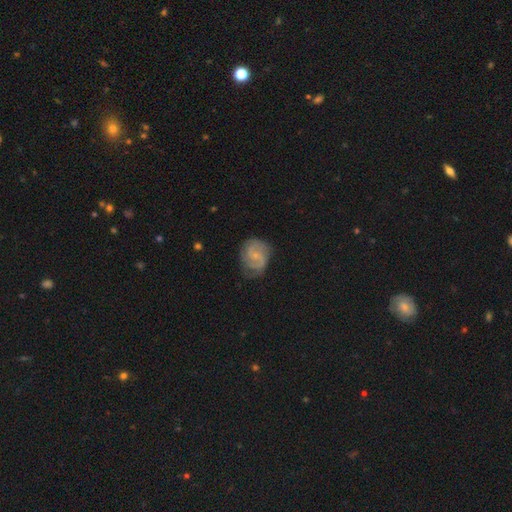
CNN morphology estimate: Smooth or featured? featured or disk (78%)
Edge-on disk? no (98%)
Bar? no (49%)
Spiral arms? yes (95%)
Spiral winding? medium (46%)
Spiral arm count? 2 (70%)
Bulge size? small (70%)
Merging? none (66%)